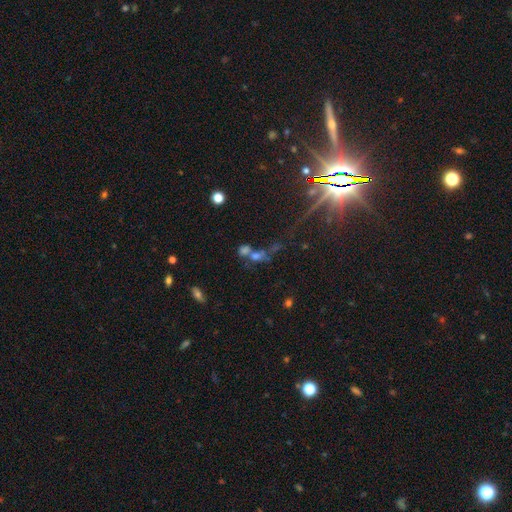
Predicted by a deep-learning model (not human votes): This appears to be a smooth galaxy with no disk features (41%). Merging: merger (52%).